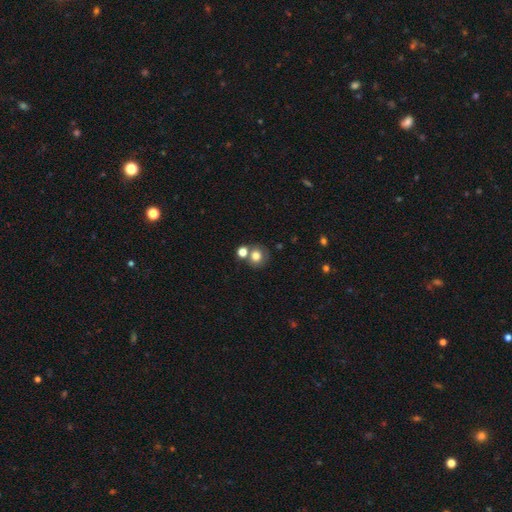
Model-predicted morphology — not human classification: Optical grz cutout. It shows a smooth galaxy with no disk features (76%) that is round (84%). Merging: none (56%).